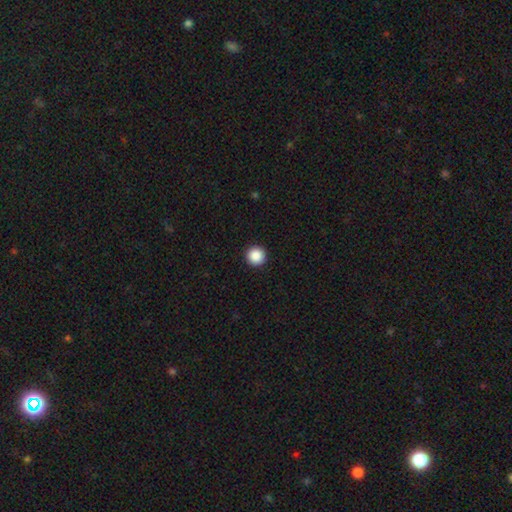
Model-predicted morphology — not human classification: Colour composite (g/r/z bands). It shows a smooth galaxy with no disk features (88%) that is round (97%). Merging: none (94%).